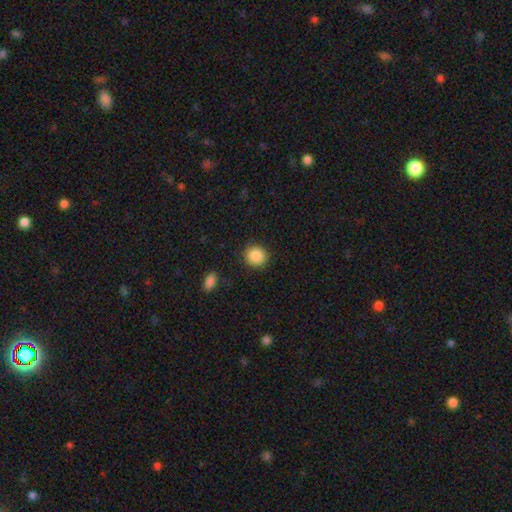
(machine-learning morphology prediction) This appears to be a smooth galaxy with no disk features (89%) that is round (89%). Merging: none (89%).